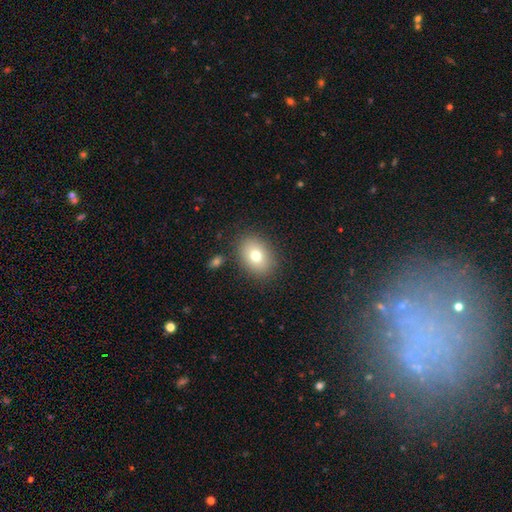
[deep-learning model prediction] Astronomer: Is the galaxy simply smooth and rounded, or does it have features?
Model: smooth — 75%.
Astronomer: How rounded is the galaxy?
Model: in between — 69%.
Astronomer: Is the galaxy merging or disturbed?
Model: none — 85%.